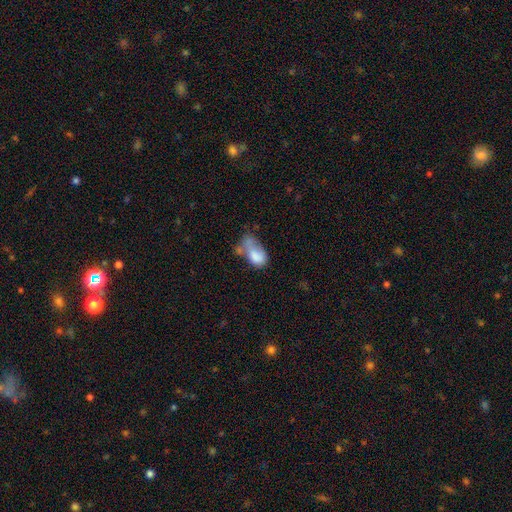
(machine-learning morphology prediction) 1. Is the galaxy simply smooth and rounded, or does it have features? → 72% smooth, 19% featured or disk, 9% star or artifact.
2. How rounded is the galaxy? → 86% in between, 11% round, 2% cigar-shaped.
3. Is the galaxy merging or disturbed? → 33% merger, 31% major disturbance, 20% minor disturbance, 16% none.